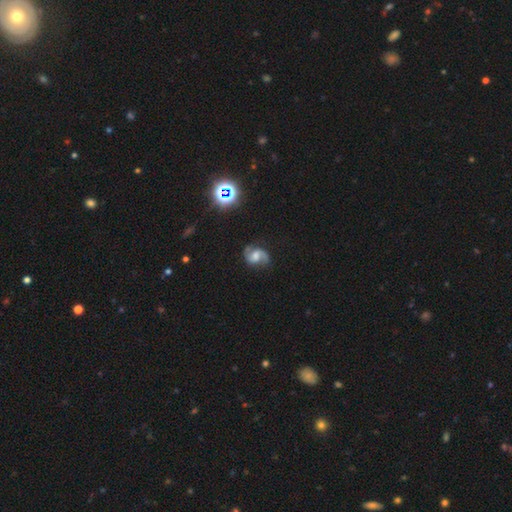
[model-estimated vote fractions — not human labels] The model was most divided on "bar": weak: 46%, no: 41%, strong: 12%. Remaining: edge-on disk — no (98%); spiral arms — yes (98%); spiral arm count — 2 (93%); smooth or featured — featured or disk (86%); merging — none (80%); spiral winding — medium (55%); bulge size — moderate (47%).